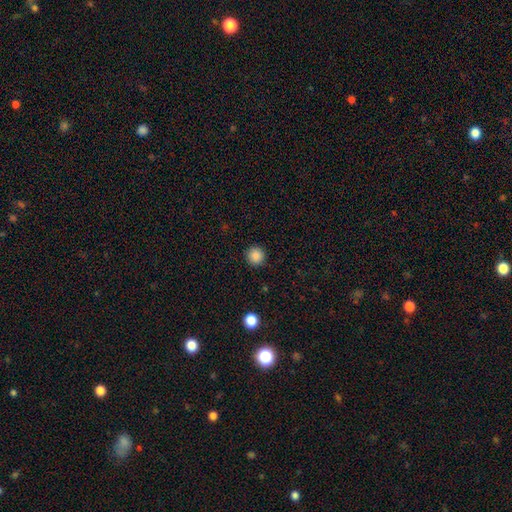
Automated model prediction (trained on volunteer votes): Smooth or featured?
  - smooth: 86% *
  - star or artifact: 10%
  - featured or disk: 4%
How rounded?
  - round: 96% *
  - in between: 3%
  - cigar-shaped: 1%
Merging?
  - none: 92% *
  - minor disturbance: 5%
  - major disturbance: 2%
  - merger: 1%